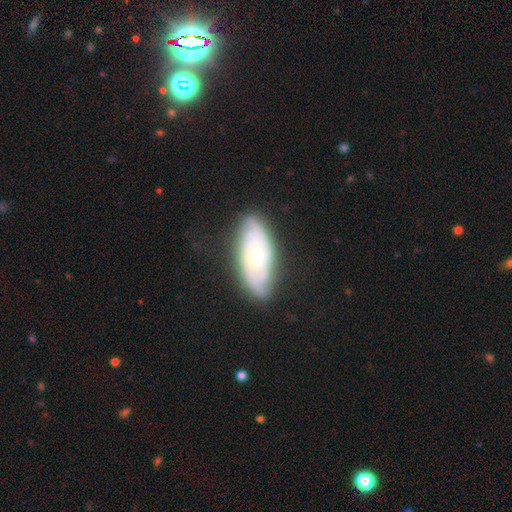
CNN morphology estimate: Q: Smooth or featured?
A: featured or disk (74%); runner-up: smooth (20%)
Q: Edge-on disk?
A: no (89%); runner-up: yes (11%)
Q: Bar?
A: no (76%); runner-up: weak (20%)
Q: Spiral arms?
A: yes (88%); runner-up: no (12%)
Q: Spiral winding?
A: tight (67%); runner-up: medium (25%)
Q: Spiral arm count?
A: can't tell (40%); runner-up: 2 (39%)
Q: Bulge size?
A: moderate (54%); runner-up: small (40%)
Q: Merging?
A: none (78%); runner-up: minor disturbance (17%)